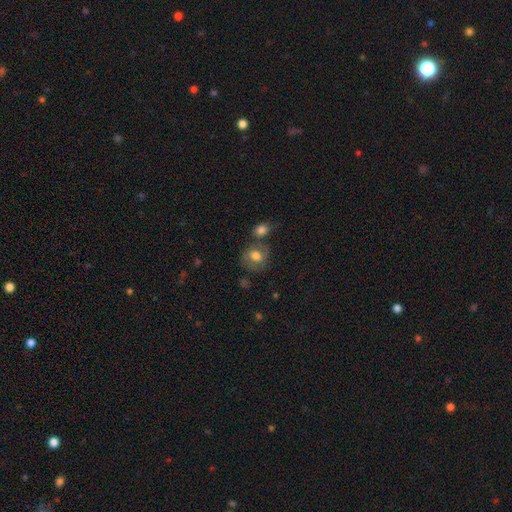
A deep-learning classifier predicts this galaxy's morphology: smooth_or_featured: smooth (p=0.51) [alt: featured or disk p=0.28]
how_rounded: round (p=0.79) [alt: in between p=0.19]
merging: none (p=0.62) [alt: merger p=0.22]